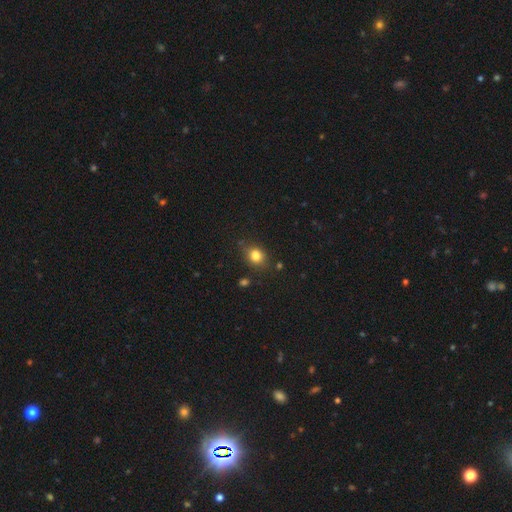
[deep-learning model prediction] This is clearly a smooth galaxy (82%). How rounded: possibly round (55%). Merging: likely none (79%).